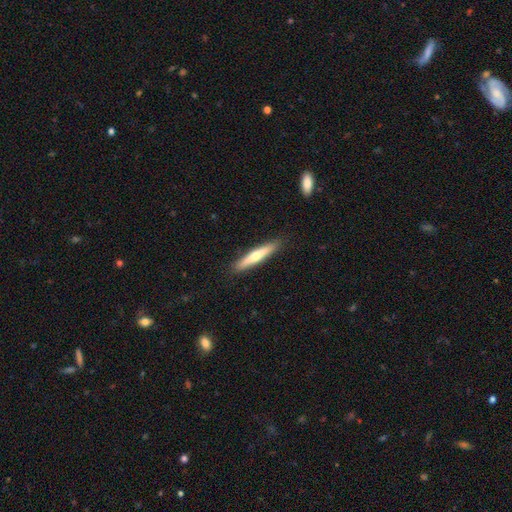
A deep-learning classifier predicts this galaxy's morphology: Smooth or featured? smooth (53%)
How rounded? cigar-shaped (91%)
Merging? none (90%)